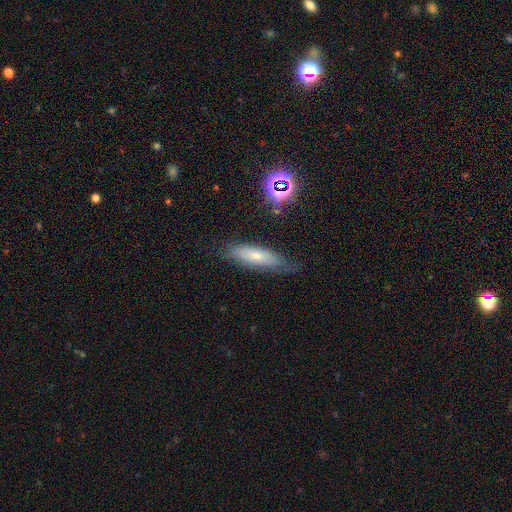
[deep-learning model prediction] A smooth galaxy with no disk features (59%) that is cigar-shaped (55%).

Vote fractions:
- Smooth or featured? smooth: 59% / featured or disk: 30% / star or artifact: 11%
- How rounded? cigar-shaped: 55% / in between: 42% / round: 2%
- Merging? none: 70% / minor disturbance: 23% / major disturbance: 6% / merger: 2%